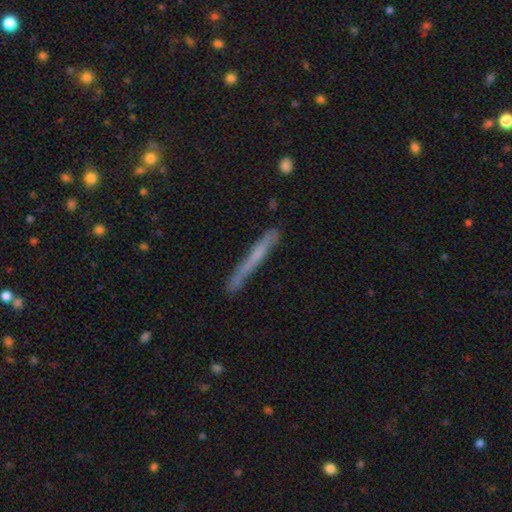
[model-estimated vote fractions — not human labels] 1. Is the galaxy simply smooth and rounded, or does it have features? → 47% smooth, 45% featured or disk, 8% star or artifact.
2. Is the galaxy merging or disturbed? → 78% none, 16% minor disturbance, 3% major disturbance, 3% merger.